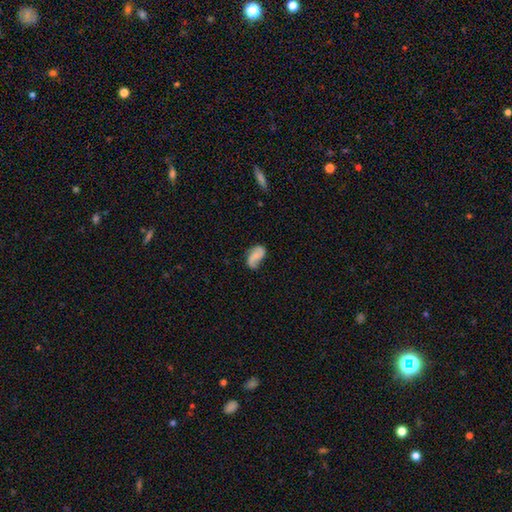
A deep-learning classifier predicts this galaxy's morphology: Smooth or featured? featured or disk (51%)
Edge-on disk? no (97%)
Merging? none (54%)